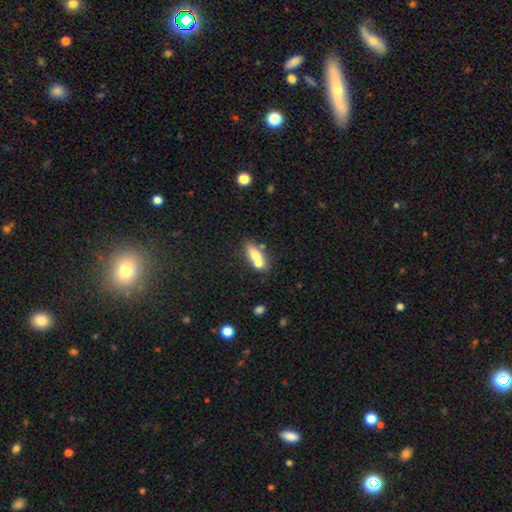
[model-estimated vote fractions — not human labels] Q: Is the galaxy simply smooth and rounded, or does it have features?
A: smooth — 67%.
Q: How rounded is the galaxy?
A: in between — 71%.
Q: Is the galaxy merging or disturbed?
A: merger — 43%.